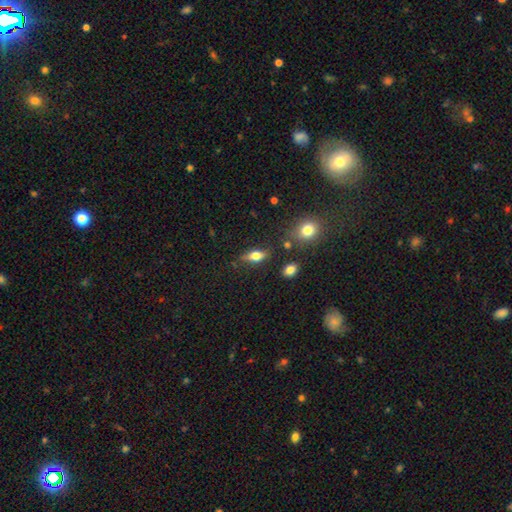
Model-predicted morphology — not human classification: Smooth or featured?
  - smooth: 61% *
  - featured or disk: 30%
  - star or artifact: 10%
How rounded?
  - in between: 74% *
  - cigar-shaped: 18%
  - round: 8%
Merging?
  - none: 76% *
  - minor disturbance: 15%
  - major disturbance: 5%
  - merger: 4%